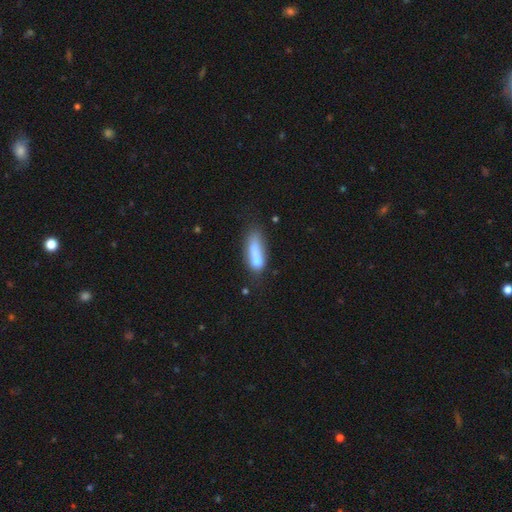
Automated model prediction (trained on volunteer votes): smooth_or_featured: smooth (p=0.70) [alt: featured or disk p=0.20]
how_rounded: cigar-shaped (p=0.51) [alt: in between p=0.46]
merging: none (p=0.39) [alt: minor disturbance p=0.25]